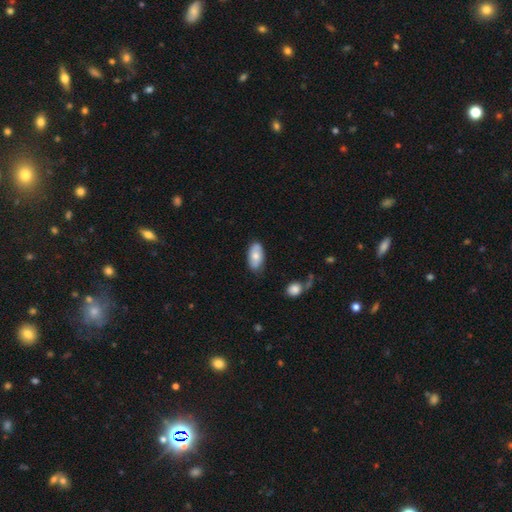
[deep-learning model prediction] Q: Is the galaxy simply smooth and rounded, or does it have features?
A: smooth — 68%.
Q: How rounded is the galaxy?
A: in between — 93%.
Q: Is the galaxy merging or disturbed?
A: none — 79%.